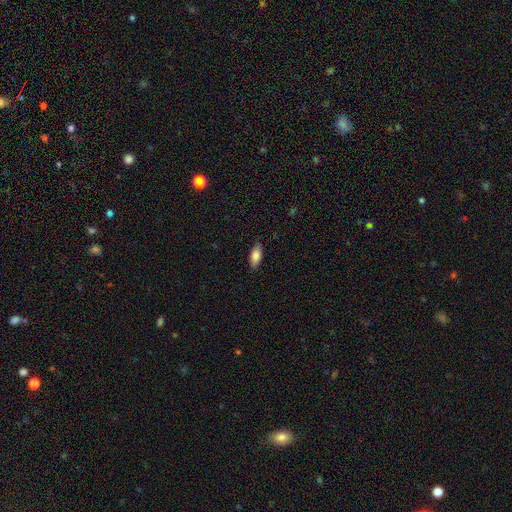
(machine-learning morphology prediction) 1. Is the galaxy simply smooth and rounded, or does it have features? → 83% smooth, 11% featured or disk, 6% star or artifact.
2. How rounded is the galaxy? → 80% in between, 17% cigar-shaped, 2% round.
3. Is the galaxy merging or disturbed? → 86% none, 10% minor disturbance, 2% major disturbance, 1% merger.